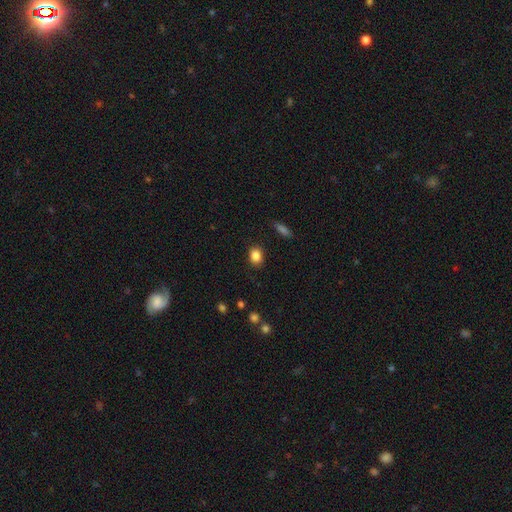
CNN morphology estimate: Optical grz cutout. It shows a smooth galaxy with no disk features (85%) that is in between round and cigar-shaped (53%). Merging: none (86%).